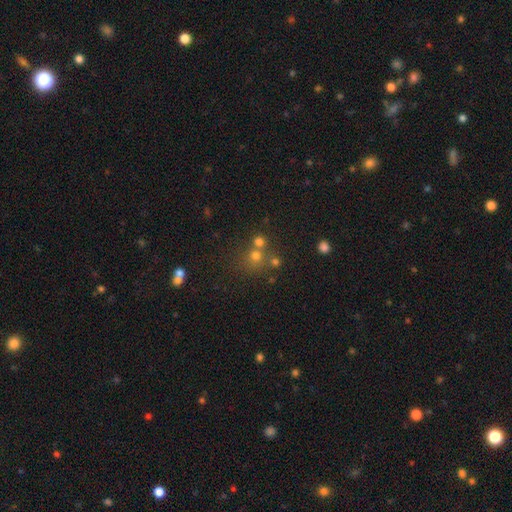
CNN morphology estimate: This is possibly a smooth galaxy (51%). How rounded: clearly round (87%). Merging: possibly none (57%).